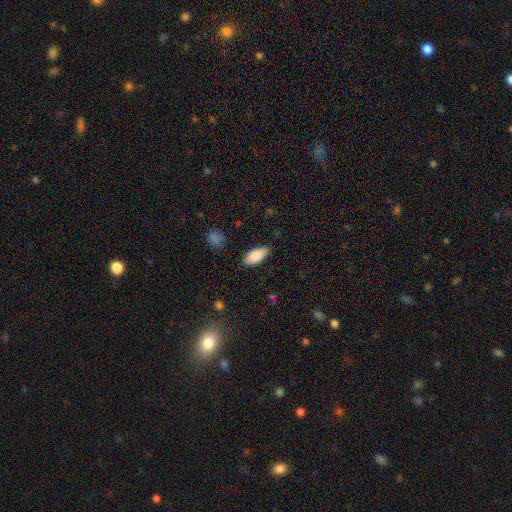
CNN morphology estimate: smooth 85%, featured or disk 9%, star or artifact 6%. Down the decision tree: how rounded — in between (87%); merging — none (86%).